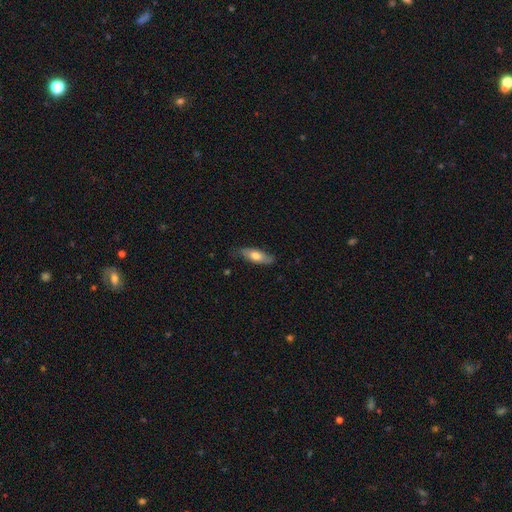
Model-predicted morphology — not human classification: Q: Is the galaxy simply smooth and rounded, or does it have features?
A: smooth — 66%.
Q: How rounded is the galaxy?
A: in between — 60%.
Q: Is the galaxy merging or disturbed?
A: none — 75%.